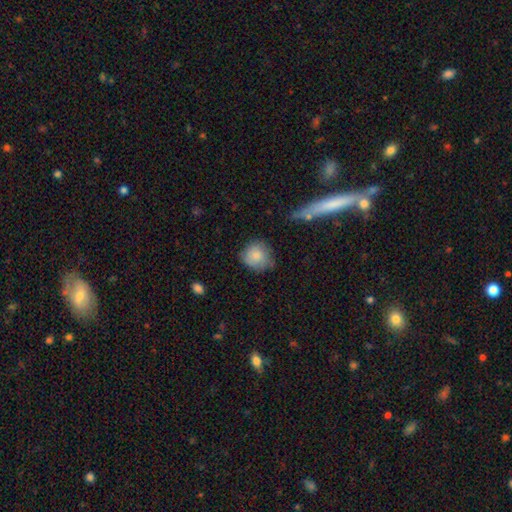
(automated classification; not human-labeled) smooth_or_featured: smooth (p=0.79) [alt: featured or disk p=0.13]
how_rounded: round (p=0.85) [alt: in between p=0.14]
merging: none (p=0.68) [alt: minor disturbance p=0.25]